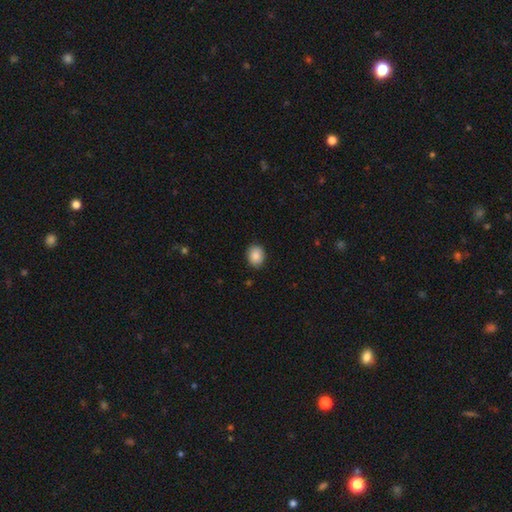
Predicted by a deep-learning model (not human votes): Morphology: type=smooth (88%); roundness=round (52%); merging=none (88%).